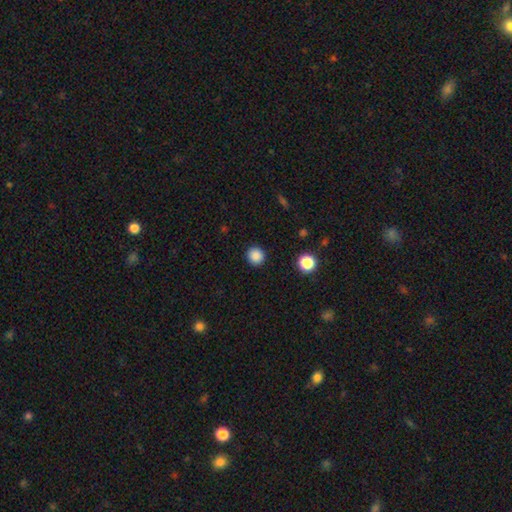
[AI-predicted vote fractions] Smooth or featured?
  - smooth: 86% *
  - star or artifact: 11%
  - featured or disk: 3%
How rounded?
  - round: 93% *
  - in between: 6%
  - cigar-shaped: 1%
Merging?
  - none: 91% *
  - minor disturbance: 5%
  - major disturbance: 2%
  - merger: 1%